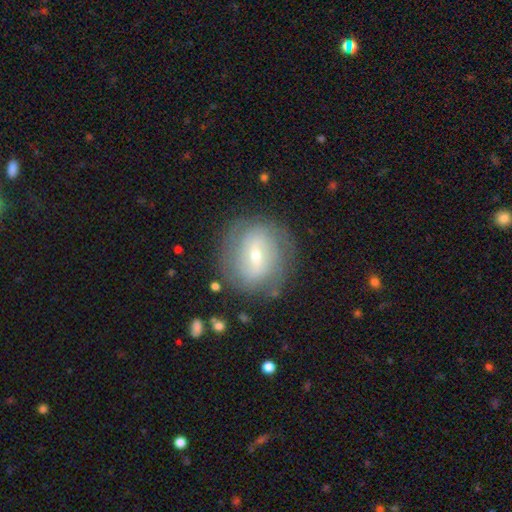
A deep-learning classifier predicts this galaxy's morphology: Smooth or featured?
  - featured or disk: 65% *
  - smooth: 28%
  - star or artifact: 8%
Edge-on disk?
  - no: 95% *
  - yes: 5%
Bar?
  - weak: 54% *
  - strong: 25%
  - no: 21%
Spiral arms?
  - yes: 72% *
  - no: 28%
Bulge size?
  - small: 57% *
  - moderate: 39%
  - large: 2%
  - none: 1%
  - dominant: 1%
Merging?
  - none: 79% *
  - minor disturbance: 13%
  - major disturbance: 6%
  - merger: 2%